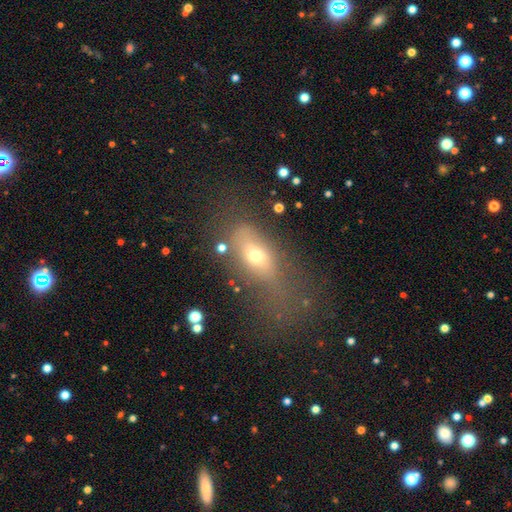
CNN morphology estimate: Smooth or featured? Predicted: smooth (p=0.56). How rounded? Predicted: in between (p=0.71). Merging? Predicted: none (p=0.35, tied with major disturbance).